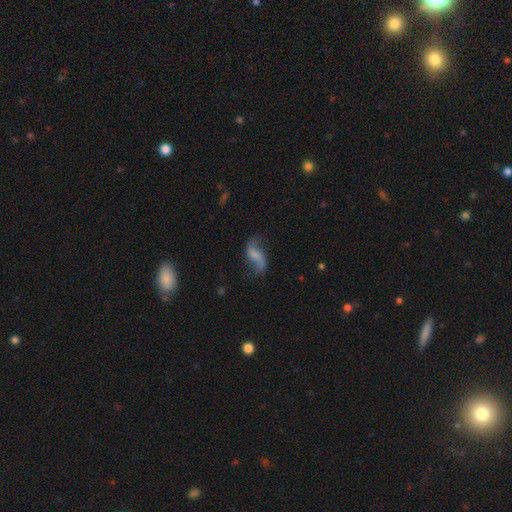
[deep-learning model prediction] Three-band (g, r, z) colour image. It shows a featured or disk galaxy (69%) with no bar (41%), 2 (90%) loose (89%) spiral arms (90%) and no central bulge (59%). Merging: none (64%).